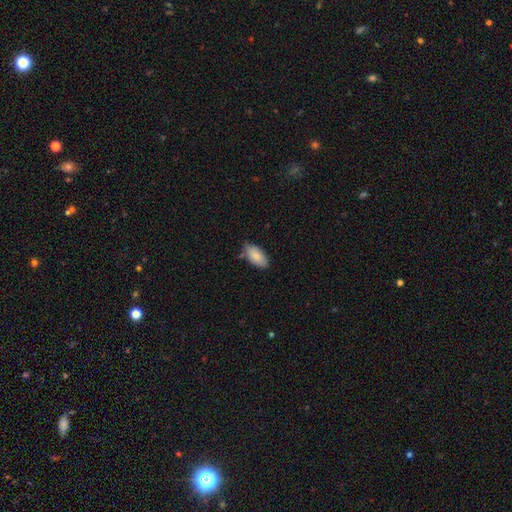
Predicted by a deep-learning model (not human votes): smooth 87%, featured or disk 7%, star or artifact 6%. Down the decision tree: how rounded — in between (94%); merging — none (74%).